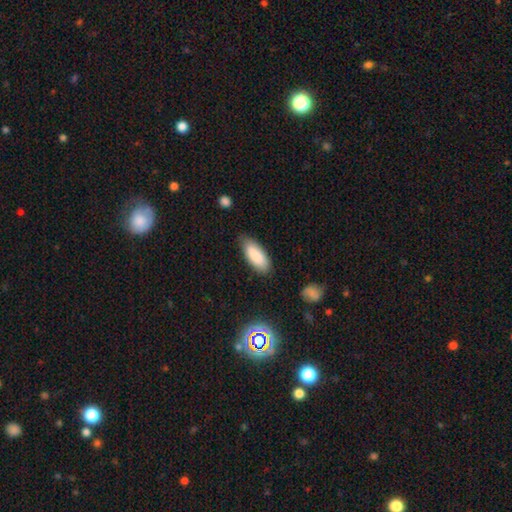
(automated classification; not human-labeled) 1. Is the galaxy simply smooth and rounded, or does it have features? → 85% smooth, 8% featured or disk, 6% star or artifact.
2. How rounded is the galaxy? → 83% in between, 16% cigar-shaped, 2% round.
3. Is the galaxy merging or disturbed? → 76% none, 18% minor disturbance, 3% major disturbance, 2% merger.